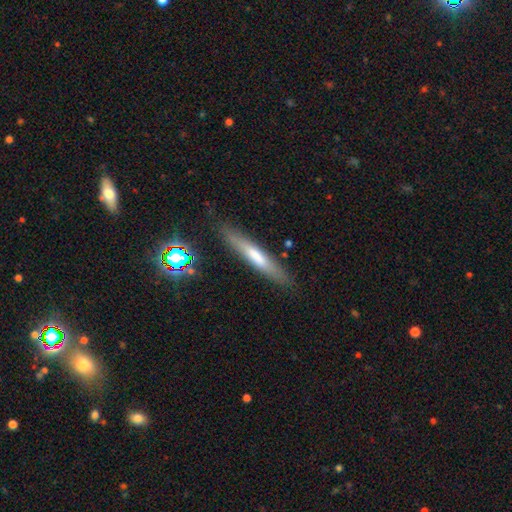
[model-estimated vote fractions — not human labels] Smooth or featured: smooth — 54% (featured or disk — 38%)
How rounded: cigar-shaped — 91% (in between — 8%)
Merging: none — 84% (minor disturbance — 12%)